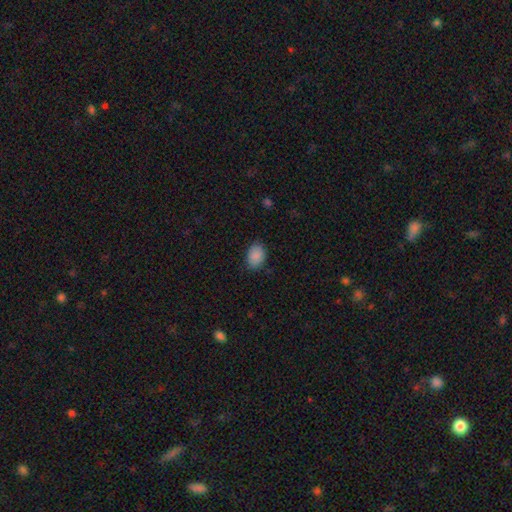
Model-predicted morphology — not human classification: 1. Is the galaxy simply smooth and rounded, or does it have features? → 89% smooth, 7% star or artifact, 4% featured or disk.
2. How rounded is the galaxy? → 79% in between, 20% round, 1% cigar-shaped.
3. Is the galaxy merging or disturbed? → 82% none, 14% minor disturbance, 3% major disturbance, 1% merger.